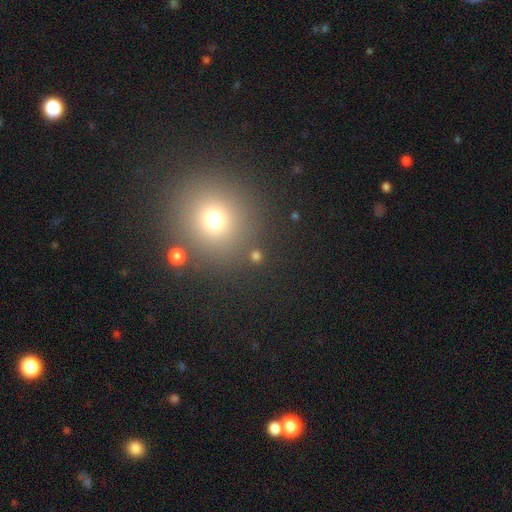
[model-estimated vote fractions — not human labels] Morphology: type=smooth (70%); roundness=round (90%); merging=none (84%).